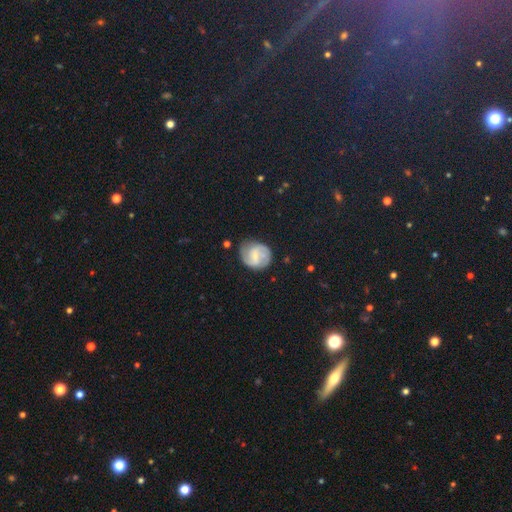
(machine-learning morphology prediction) Overall: featured or disk (69%). Edge-on disk: no (98%). Bar: weak (54%; no 24%). Spiral arms: yes (92%). Spiral arm count: 2 (74%). Spiral winding: medium (46%; tight 35%). Bulge size: small (54%; moderate 24%). Merging: none (71%).